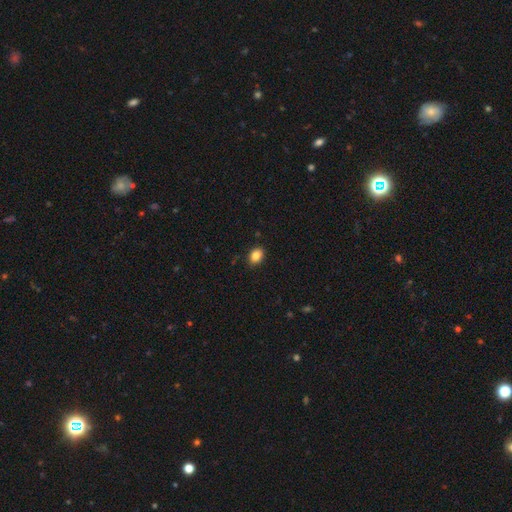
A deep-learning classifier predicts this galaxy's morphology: The model was most divided on "how rounded": in between: 72%, round: 27%, cigar-shaped: 1%. More confident: merging — none (89%); smooth or featured — smooth (86%).